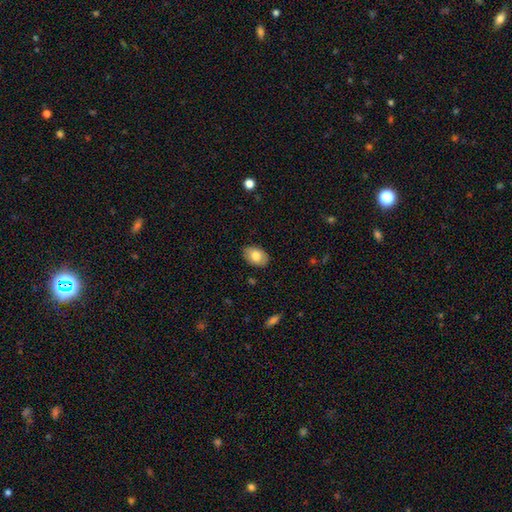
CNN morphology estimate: smooth_or_featured: smooth (p=0.78) [alt: featured or disk p=0.15]
how_rounded: in between (p=0.86) [alt: round p=0.13]
merging: none (p=0.86) [alt: minor disturbance p=0.11]